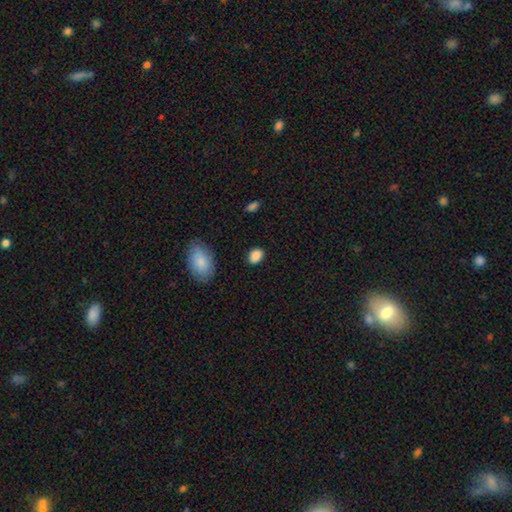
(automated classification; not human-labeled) Morphology: type=smooth (88%); roundness=in between (69%); merging=none (83%).